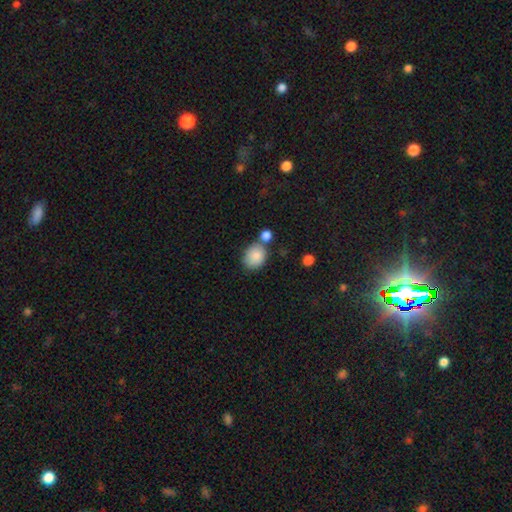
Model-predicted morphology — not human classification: Smooth or featured? smooth (86%)
How rounded? round (56%)
Merging? none (58%)